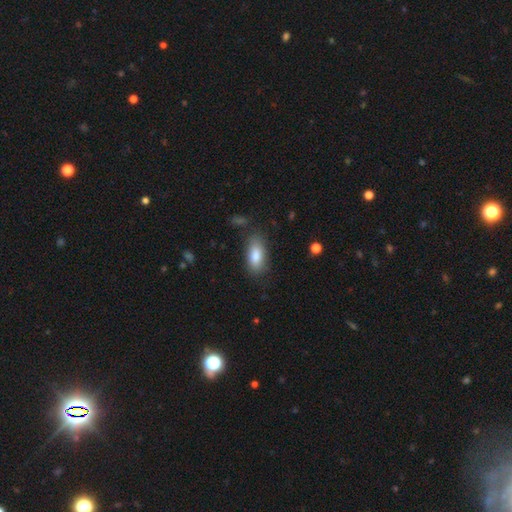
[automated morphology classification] Smooth or featured?
  - smooth: 83% *
  - featured or disk: 10%
  - star or artifact: 7%
How rounded?
  - in between: 86% *
  - cigar-shaped: 11%
  - round: 3%
Merging?
  - none: 77% *
  - minor disturbance: 16%
  - major disturbance: 4%
  - merger: 2%